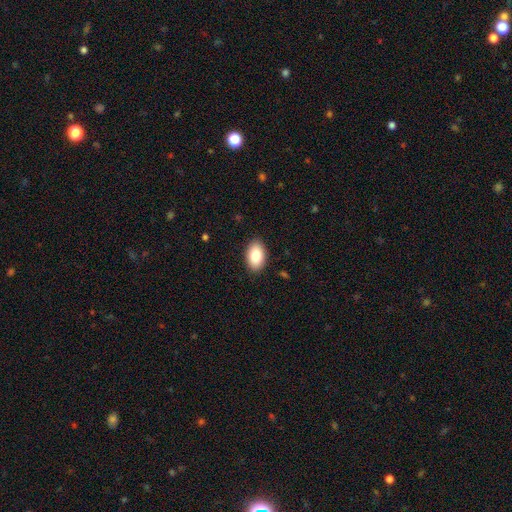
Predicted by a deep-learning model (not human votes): This is clearly a smooth galaxy (84%). How rounded: clearly in between (93%). Merging: clearly none (89%).